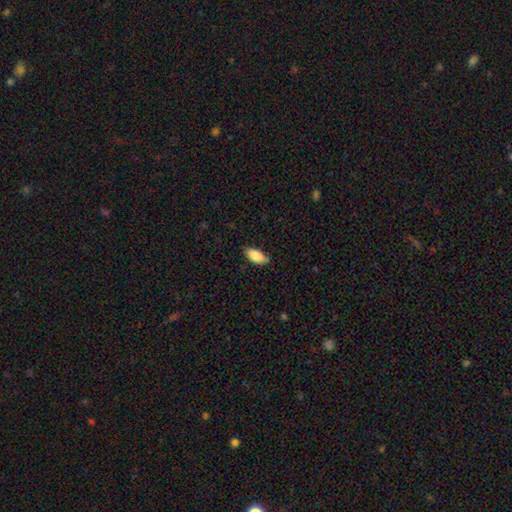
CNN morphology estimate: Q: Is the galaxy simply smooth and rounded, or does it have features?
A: smooth — 84%.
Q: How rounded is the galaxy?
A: in between — 85%.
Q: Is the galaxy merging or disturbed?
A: none — 79%.